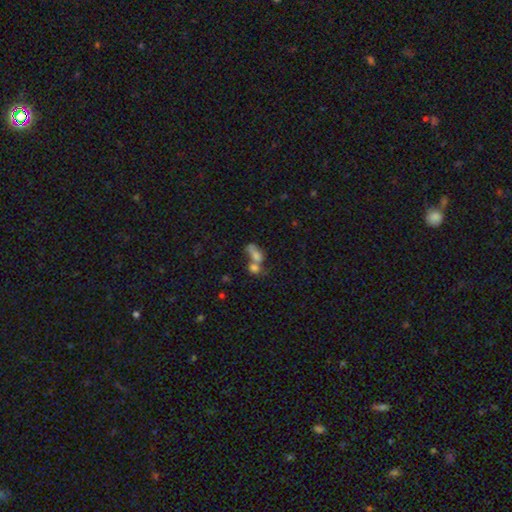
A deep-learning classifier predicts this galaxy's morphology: type=smooth (66%); roundness=in between (72%); merging=merger (59%).